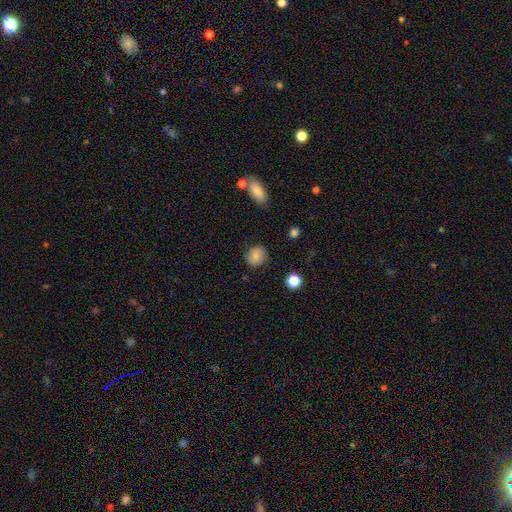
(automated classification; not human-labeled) Morphology: type=smooth (77%); roundness=round (75%); merging=none (81%).